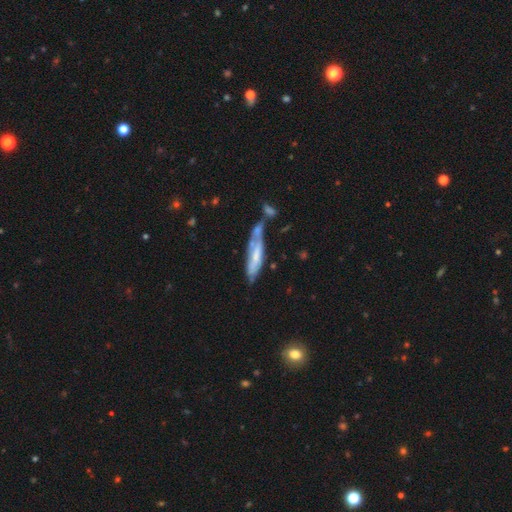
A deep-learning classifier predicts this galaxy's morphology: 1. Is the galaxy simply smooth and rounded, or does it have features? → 48% featured or disk, 45% smooth, 6% star or artifact.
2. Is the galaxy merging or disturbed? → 34% merger, 28% none, 24% minor disturbance, 15% major disturbance.